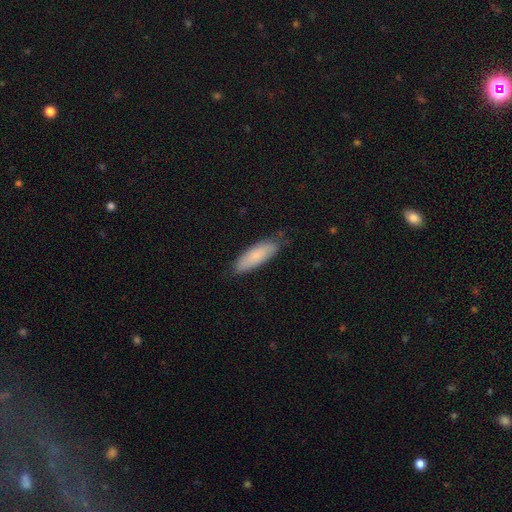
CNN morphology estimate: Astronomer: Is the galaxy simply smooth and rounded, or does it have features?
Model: smooth — 83%.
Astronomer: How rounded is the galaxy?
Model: in between — 55% (runner-up: cigar-shaped, 43%).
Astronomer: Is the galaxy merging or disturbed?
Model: none — 75%.